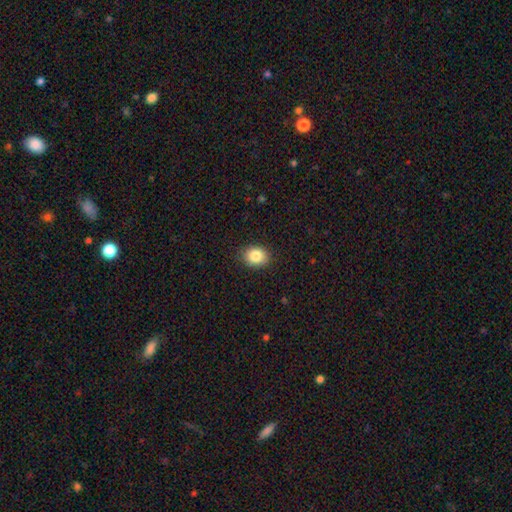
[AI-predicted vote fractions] Overall: smooth (85%). How rounded: in between (52%; round 47%). Merging: none (88%).